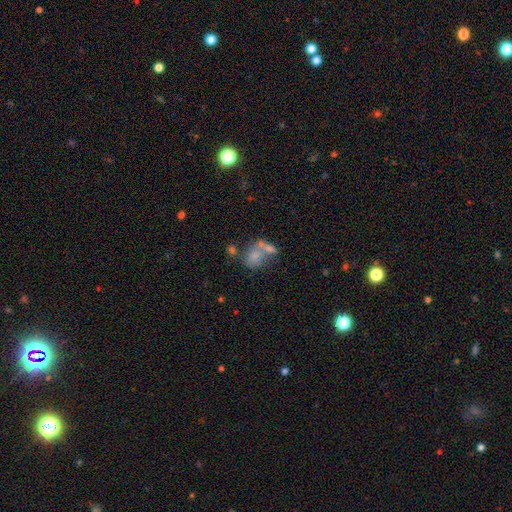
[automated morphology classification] This appears to be a smooth galaxy with no disk features (65%) that is in between round and cigar-shaped (66%). Merging: merger (51%).